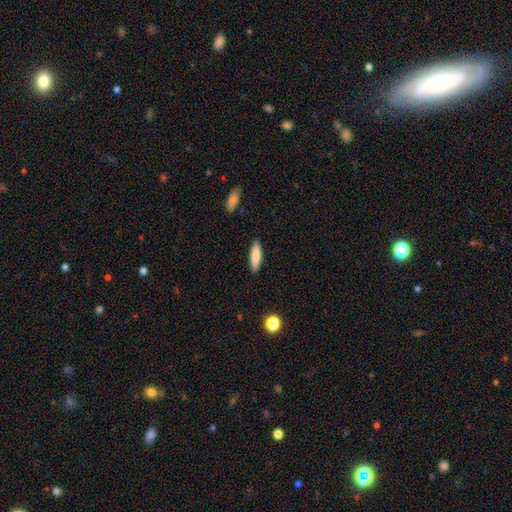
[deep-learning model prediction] Smooth or featured? Predicted: smooth (p=0.78). How rounded? Predicted: cigar-shaped (p=0.63). Merging? Predicted: none (p=0.89).